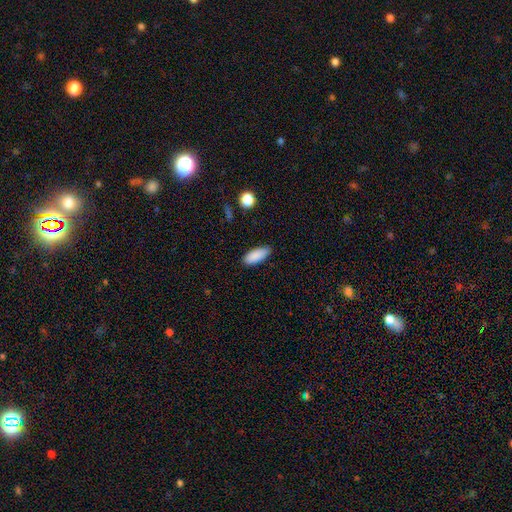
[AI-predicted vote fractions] Smooth or featured? smooth (89%)
How rounded? in between (79%)
Merging? none (83%)